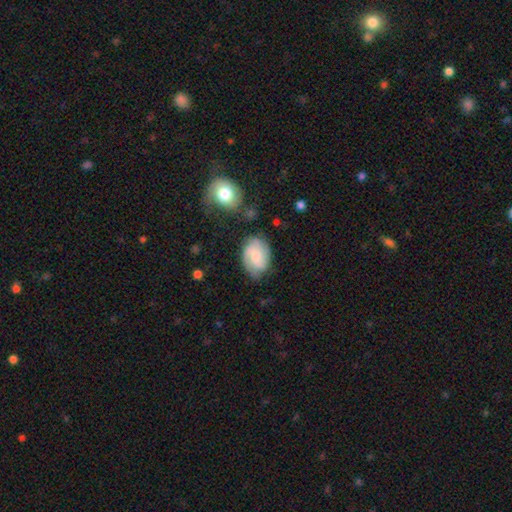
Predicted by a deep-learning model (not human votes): Smooth or featured? featured or disk (63%)
Edge-on disk? no (97%)
Bar? no (58%)
Spiral arms? yes (92%)
Spiral winding? tight (43%)
Spiral arm count? 2 (53%)
Bulge size? moderate (41%)
Merging? none (69%)